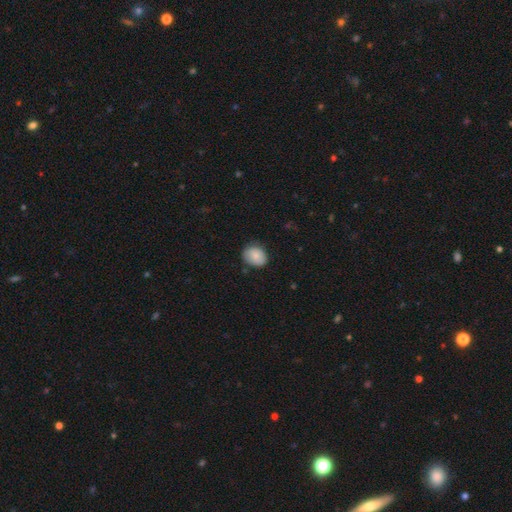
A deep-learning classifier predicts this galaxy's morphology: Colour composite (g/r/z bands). It shows a smooth galaxy with no disk features (82%) that is in between round and cigar-shaped (50%). Merging: none (74%).